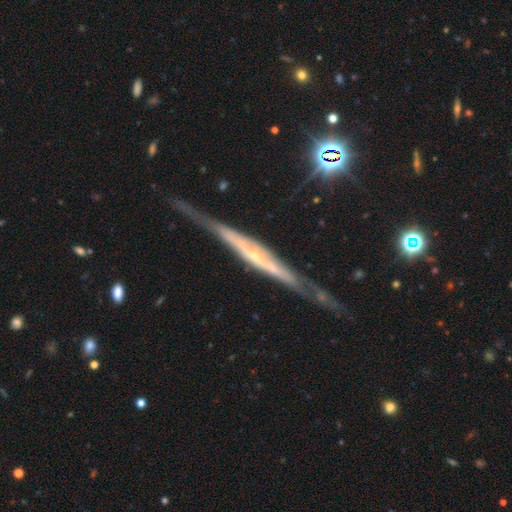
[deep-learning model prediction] A featured or disk galaxy (83%) viewed edge-on (93%) with a rounded central bulge (44%). Merging: none (75%).